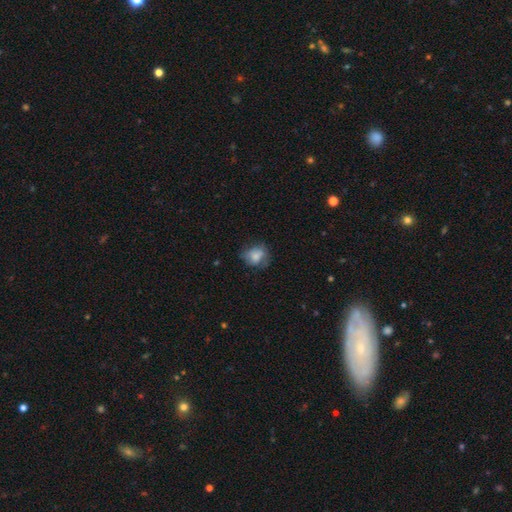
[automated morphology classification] Overall: smooth (71%). How rounded: round (55%; in between 44%). Merging: none (53%; minor disturbance 29%).